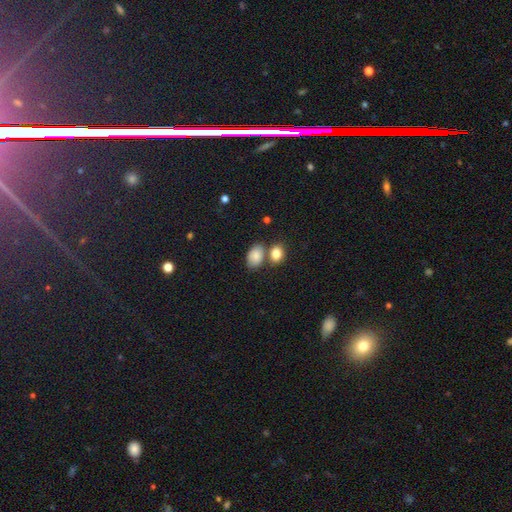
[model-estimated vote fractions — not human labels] Smooth or featured: smooth — 85% (star or artifact — 9%)
How rounded: in between — 82% (round — 17%)
Merging: none — 57% (merger — 26%)